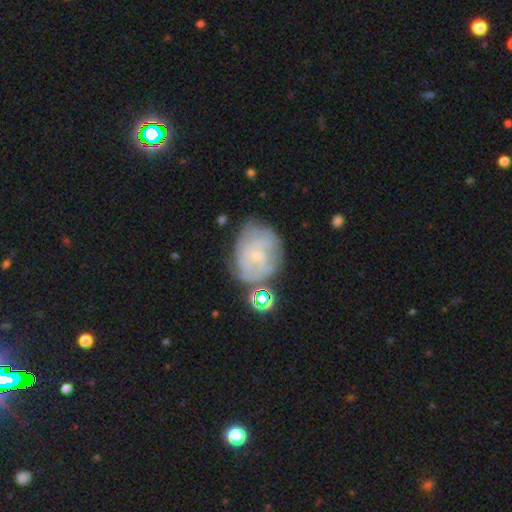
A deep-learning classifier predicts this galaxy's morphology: Overall: featured or disk (70%). Edge-on disk: no (97%). Bar: no (73%). Spiral arms: yes (84%). Spiral arm count: can't tell (52%; 3 14%). Spiral winding: tight (66%). Bulge size: small (78%). Merging: none (61%; minor disturbance 22%).